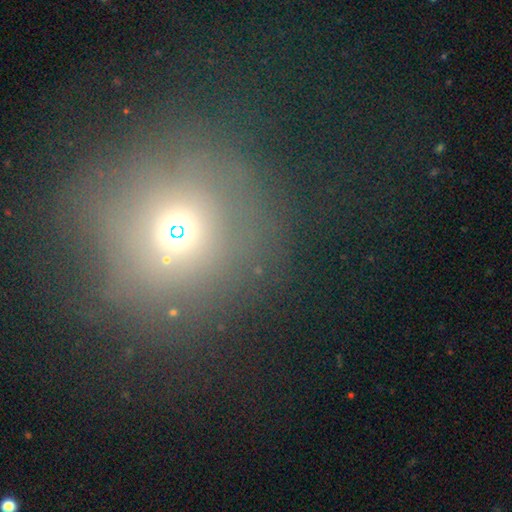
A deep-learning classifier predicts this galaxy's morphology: smooth_or_featured: smooth (p=0.58) [alt: star or artifact p=0.26]
how_rounded: round (p=0.90) [alt: in between p=0.08]
merging: none (p=0.63) [alt: minor disturbance p=0.15]